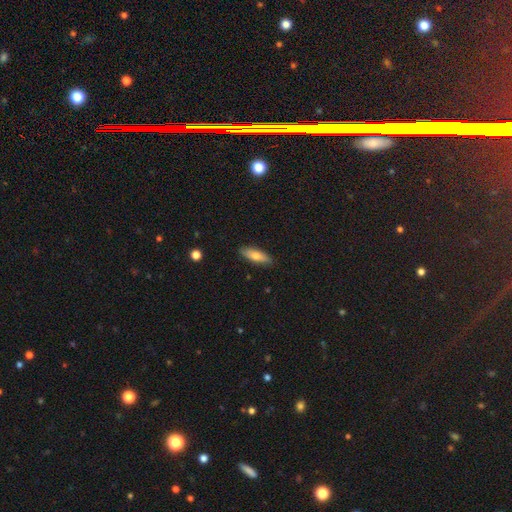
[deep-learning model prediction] This appears to be a smooth galaxy with no disk features (71%) that is in between round and cigar-shaped (51%). Merging: none (86%).